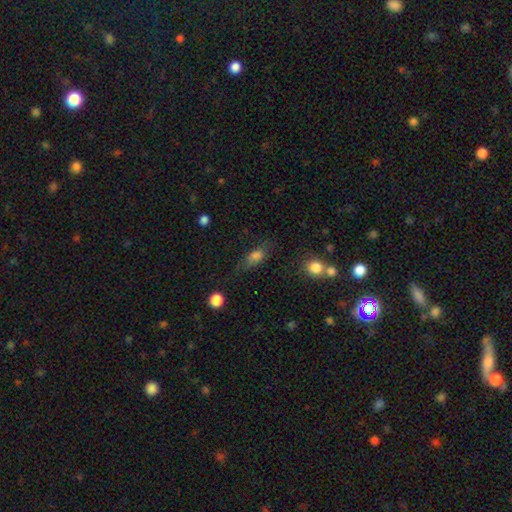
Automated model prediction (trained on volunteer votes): A smooth galaxy with no disk features (75%) that is in between round and cigar-shaped (77%). Merging: none (60%).